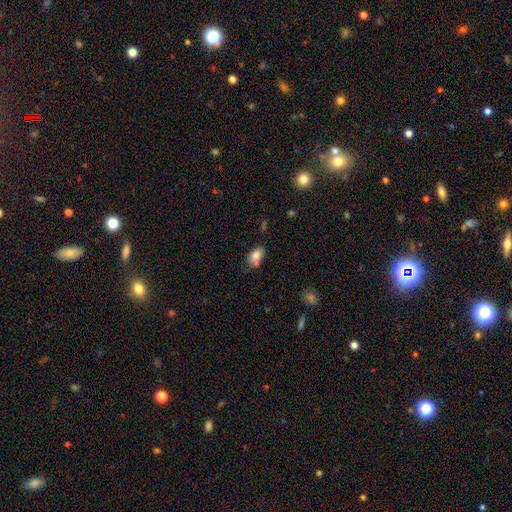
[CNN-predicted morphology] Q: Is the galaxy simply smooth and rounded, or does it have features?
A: smooth — 79%.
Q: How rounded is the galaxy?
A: in between — 85%.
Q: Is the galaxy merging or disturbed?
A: none — 56%.